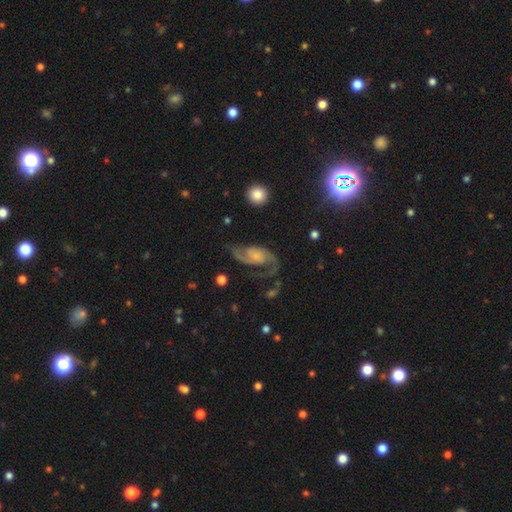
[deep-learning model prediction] This appears to be a featured or disk galaxy (87%) with no bar (61%), 2 (91%) medium (49%) spiral arms (97%) and a small central bulge (45%). Merging: none (60%).